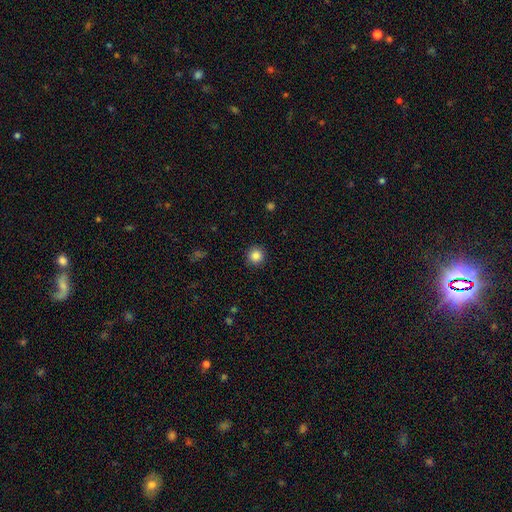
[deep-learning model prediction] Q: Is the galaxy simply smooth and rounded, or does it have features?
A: smooth — 86%.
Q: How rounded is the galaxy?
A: round — 95%.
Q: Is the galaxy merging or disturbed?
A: none — 91%.